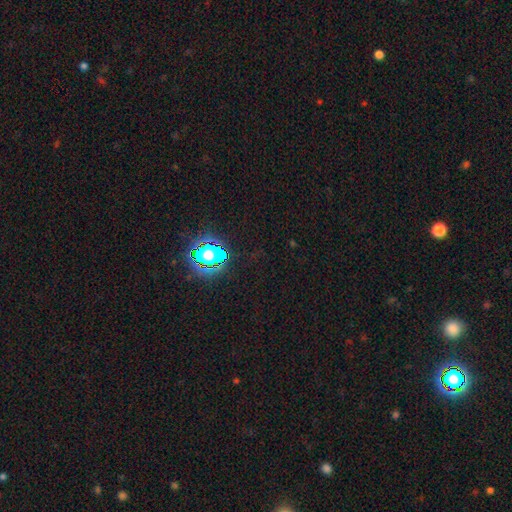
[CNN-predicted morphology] A star or artifact, not a galaxy (80%).